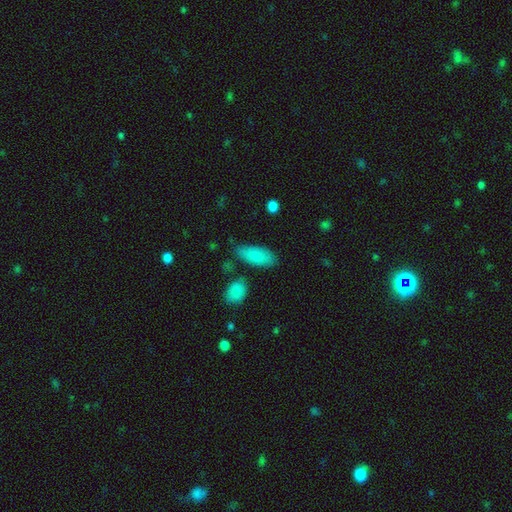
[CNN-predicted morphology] A smooth galaxy with no disk features (85%) that is in between round and cigar-shaped (85%).

Vote fractions:
- Smooth or featured? smooth: 85% / featured or disk: 9% / star or artifact: 6%
- How rounded? in between: 85% / cigar-shaped: 12% / round: 2%
- Merging? none: 74% / minor disturbance: 16% / merger: 6% / major disturbance: 4%